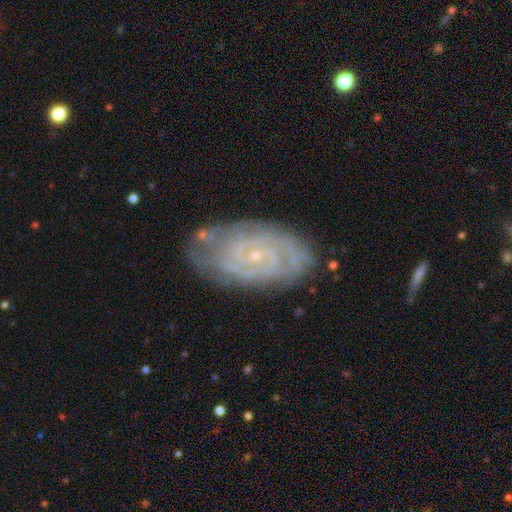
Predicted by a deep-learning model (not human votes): smooth-or-featured: featured or disk: 88% | smooth: 7% | star or artifact: 6%
  disk-edge-on: no: 96% | yes: 4%
    bar: no: 68% | weak: 25% | strong: 7%
    has-spiral-arms: yes: 97% | no: 3%
      spiral-winding: tight: 80% | medium: 17% | loose: 3%
      spiral-arm-count: 2: 34% | can't tell: 24% | 3: 17% | 4: 13% | more than 4: 7% | 1: 6%
    bulge-size: small: 86% | moderate: 10% | none: 2% | large: 1% | dominant: 1%
  merging: none: 75% | minor disturbance: 18% | major disturbance: 4% | merger: 2%